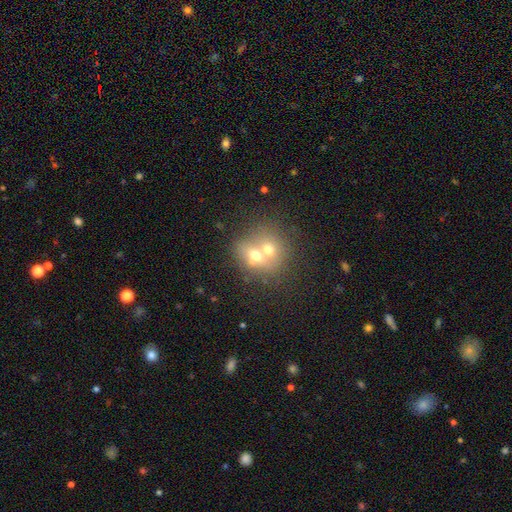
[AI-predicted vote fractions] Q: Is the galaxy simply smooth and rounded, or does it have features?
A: smooth — 61%.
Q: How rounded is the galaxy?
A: round — 70%.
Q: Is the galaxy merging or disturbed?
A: merger — 67%.